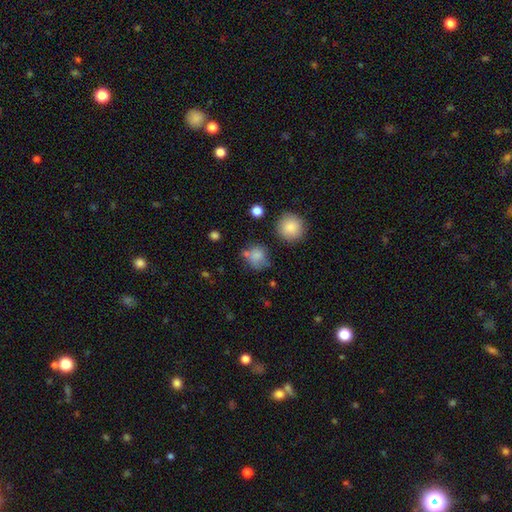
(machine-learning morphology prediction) This is likely a smooth galaxy (79%). How rounded: clearly round (80%). Merging: possibly none (57%).